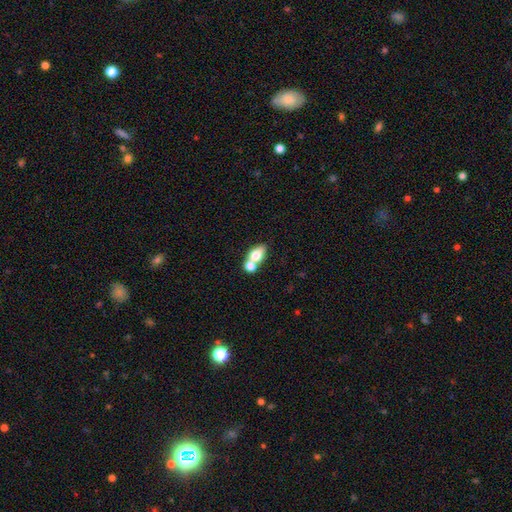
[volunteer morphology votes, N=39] Smooth or featured: smooth — 69% (featured or disk — 18%)
How rounded: in between — 89% (round — 7%)
Merging: merger — 50% (none — 35%)